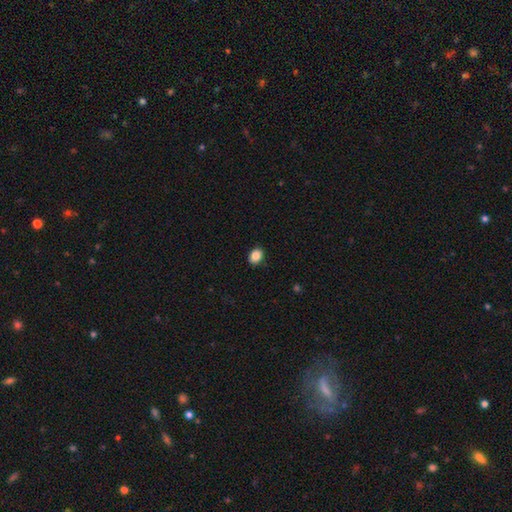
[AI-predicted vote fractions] This appears to be a smooth galaxy with no disk features (87%) that is in between round and cigar-shaped (67%). Merging: none (89%).